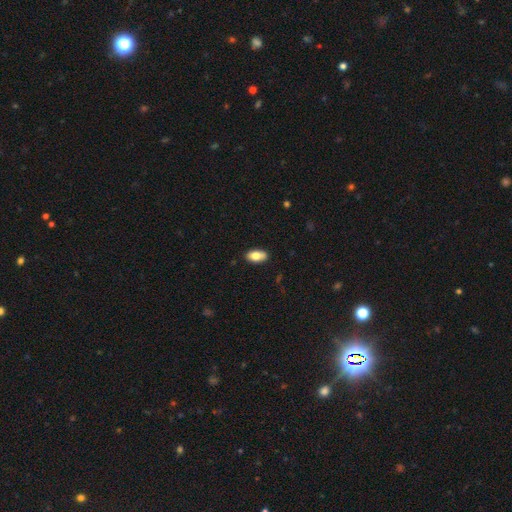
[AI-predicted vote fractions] Smooth or featured: smooth — 79% (featured or disk — 14%)
How rounded: in between — 92% (round — 4%)
Merging: none — 86% (minor disturbance — 11%)